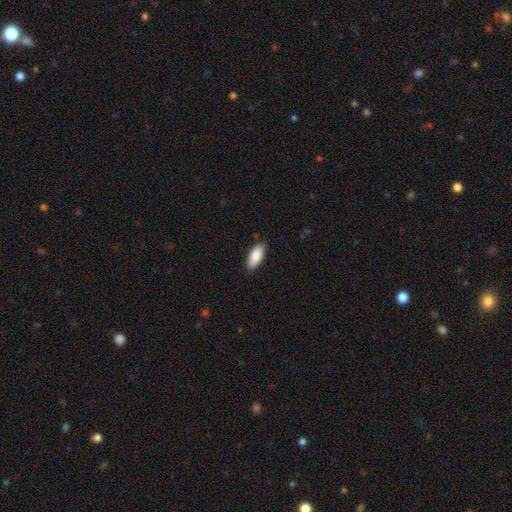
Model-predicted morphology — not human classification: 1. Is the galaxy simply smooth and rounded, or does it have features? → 87% smooth, 7% featured or disk, 6% star or artifact.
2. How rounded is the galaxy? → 86% in between, 12% cigar-shaped, 2% round.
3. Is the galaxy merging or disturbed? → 86% none, 11% minor disturbance, 2% major disturbance, 1% merger.